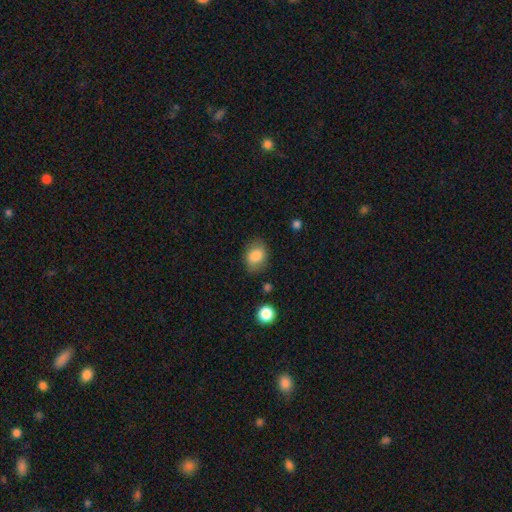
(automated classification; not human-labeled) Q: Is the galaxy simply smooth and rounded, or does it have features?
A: smooth — 84%.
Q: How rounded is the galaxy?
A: in between — 69%.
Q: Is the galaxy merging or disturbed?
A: none — 75%.